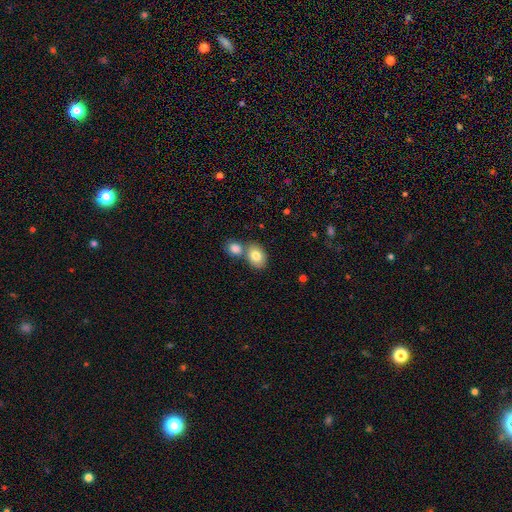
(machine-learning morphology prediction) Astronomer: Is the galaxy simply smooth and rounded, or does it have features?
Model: smooth — 80%.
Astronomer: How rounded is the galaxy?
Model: in between — 72%.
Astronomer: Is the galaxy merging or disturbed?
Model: none — 50% (runner-up: merger, 38%).